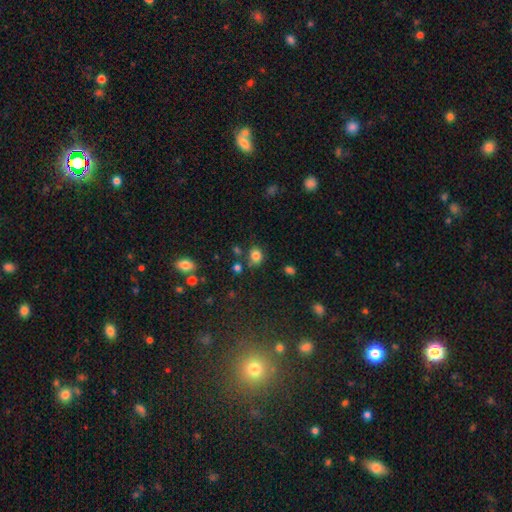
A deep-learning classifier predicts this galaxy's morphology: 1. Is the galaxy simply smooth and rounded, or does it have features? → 81% smooth, 13% star or artifact, 6% featured or disk.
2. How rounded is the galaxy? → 54% round, 45% in between, 1% cigar-shaped.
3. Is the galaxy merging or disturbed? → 72% none, 16% minor disturbance, 8% merger, 4% major disturbance.